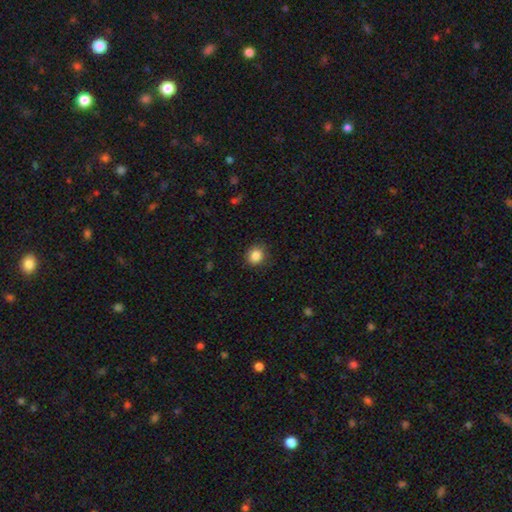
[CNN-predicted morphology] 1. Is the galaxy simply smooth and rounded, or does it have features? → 86% smooth, 10% star or artifact, 4% featured or disk.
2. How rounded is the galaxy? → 82% round, 17% in between, 1% cigar-shaped.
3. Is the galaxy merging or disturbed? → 87% none, 10% minor disturbance, 3% major disturbance, 1% merger.